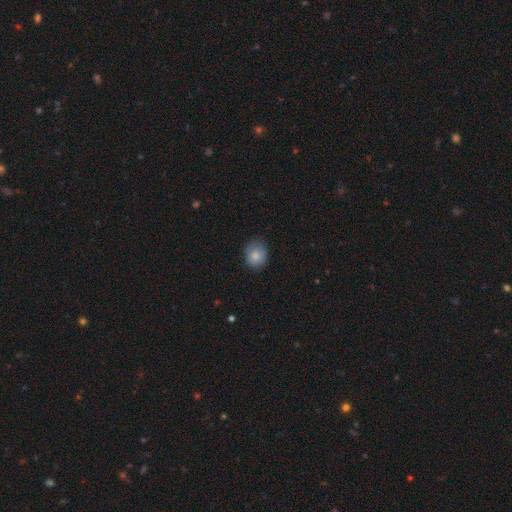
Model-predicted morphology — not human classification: smooth 82%, featured or disk 10%, star or artifact 8%. Down the decision tree: how rounded — round (67%); merging — none (78%).